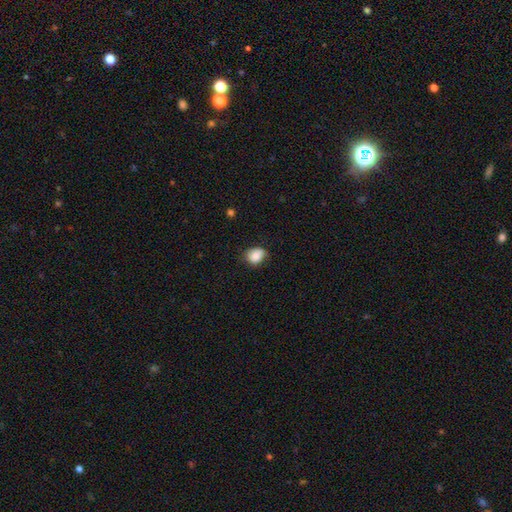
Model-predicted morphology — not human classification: A smooth galaxy with no disk features (85%) that is round (50%).

Vote fractions:
- Smooth or featured? smooth: 85% / star or artifact: 9% / featured or disk: 6%
- How rounded? round: 50% / in between: 49% / cigar-shaped: 1%
- Merging? none: 69% / minor disturbance: 25% / major disturbance: 4% / merger: 1%